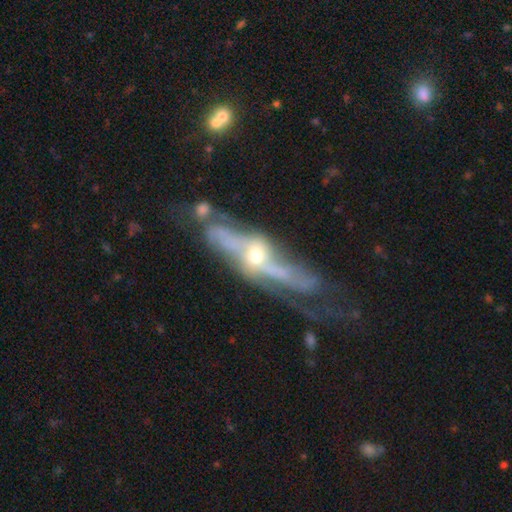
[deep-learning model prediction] Smooth or featured? featured or disk (78%)
Edge-on disk? no (65%)
Bar? no (68%)
Spiral arms? yes (64%)
Bulge size? moderate (51%)
Merging? none (36%)